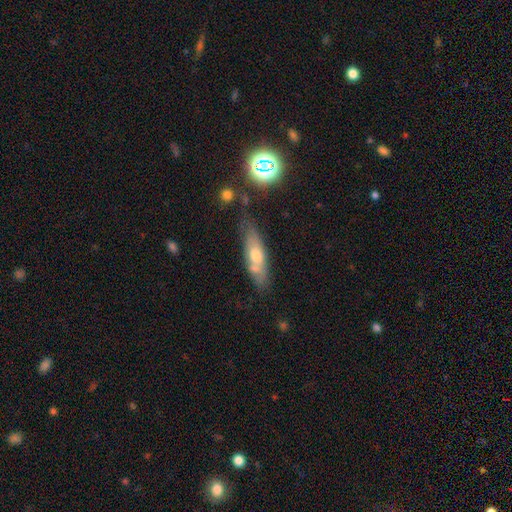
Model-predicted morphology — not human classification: Smooth or featured? smooth (49%)
Merging? none (62%)